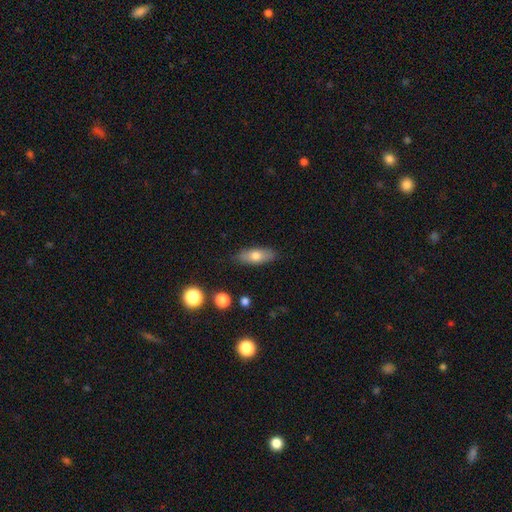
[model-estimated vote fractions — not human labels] Morphology: type=smooth (70%); roundness=in between (71%); merging=none (84%).